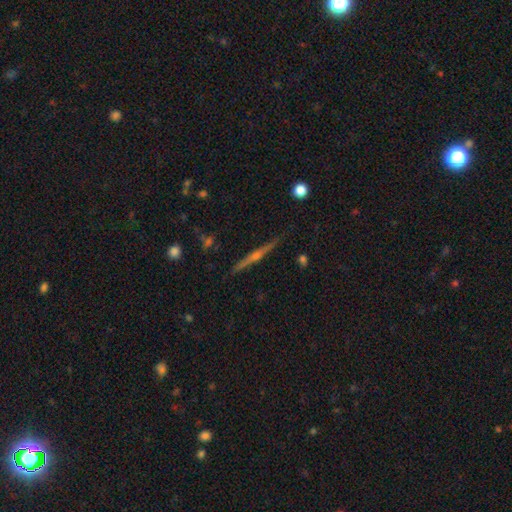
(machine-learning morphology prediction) A featured or disk galaxy (79%) viewed edge-on (98%) with a rounded central bulge (85%).

Vote fractions:
- Smooth or featured? featured or disk: 79% / smooth: 14% / star or artifact: 7%
- Edge-on disk? yes: 98% / no: 2%
- Edge-on bulge? rounded: 85% / none: 10% / boxy: 5%
- Merging? none: 90% / minor disturbance: 7% / major disturbance: 1% / merger: 1%